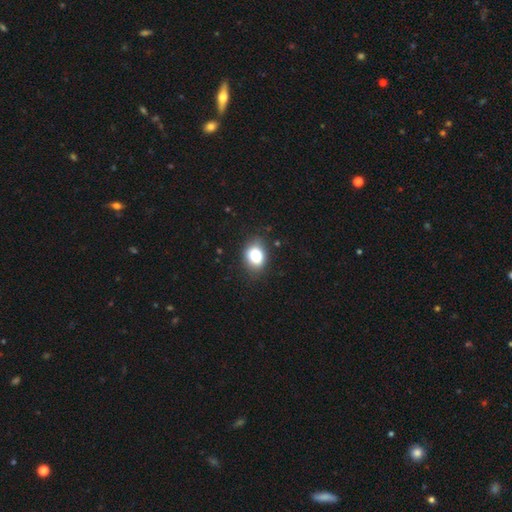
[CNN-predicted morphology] smooth 82%, star or artifact 10%, featured or disk 8%. Down the decision tree: how rounded — in between (62%); merging — none (80%).